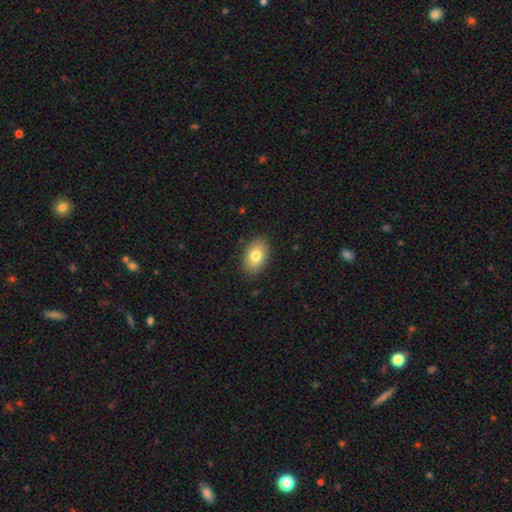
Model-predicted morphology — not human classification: smooth_or_featured: smooth (p=0.80) [alt: featured or disk p=0.12]
how_rounded: in between (p=0.88) [alt: round p=0.11]
merging: none (p=0.87) [alt: minor disturbance p=0.10]